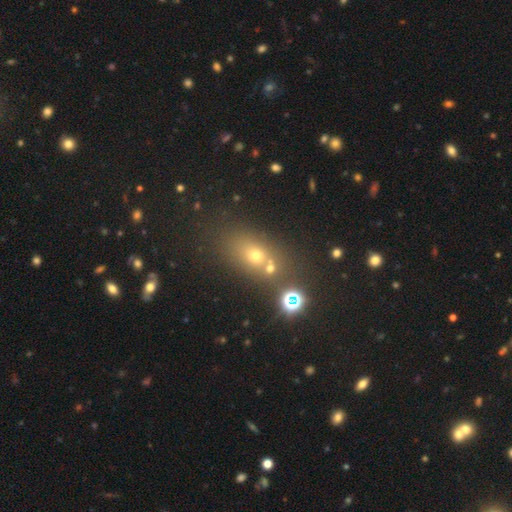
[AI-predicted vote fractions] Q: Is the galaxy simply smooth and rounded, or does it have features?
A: smooth — 59%.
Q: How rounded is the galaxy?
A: in between — 58%.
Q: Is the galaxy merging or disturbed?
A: none — 57%.